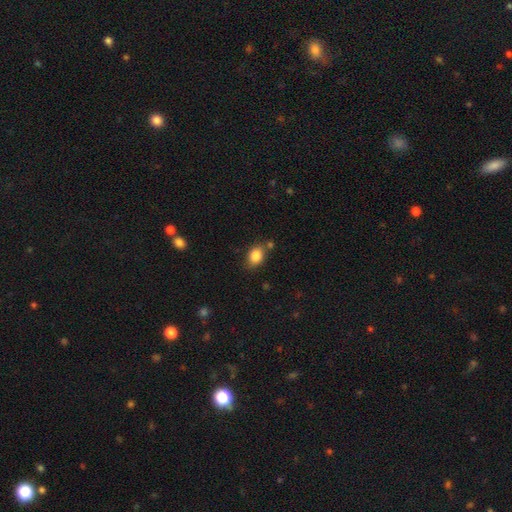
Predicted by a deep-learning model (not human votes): This appears to be a smooth galaxy with no disk features (85%) that is in between round and cigar-shaped (65%). Merging: none (73%).